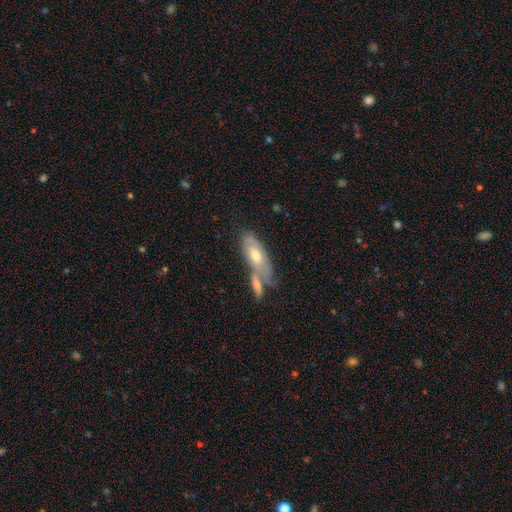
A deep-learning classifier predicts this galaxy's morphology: featured or disk 49%, smooth 44%, star or artifact 7%. Down the decision tree: merging — none (41%).